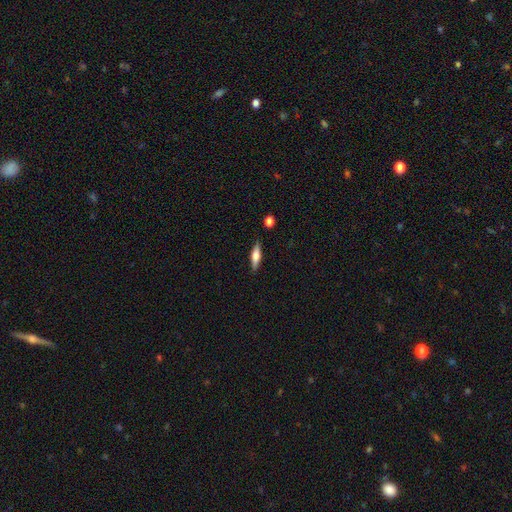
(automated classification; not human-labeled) Overall: smooth (53%; featured or disk 40%). How rounded: cigar-shaped (64%; in between 33%). Merging: none (87%).